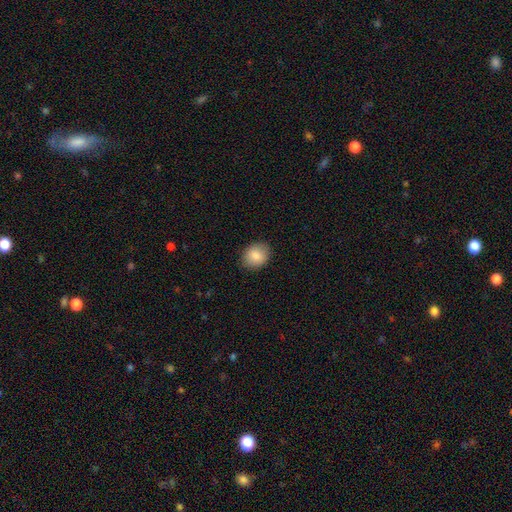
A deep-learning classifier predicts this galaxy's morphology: Smooth or featured: smooth — 86% (star or artifact — 8%)
How rounded: round — 52% (in between — 47%)
Merging: none — 88% (minor disturbance — 9%)